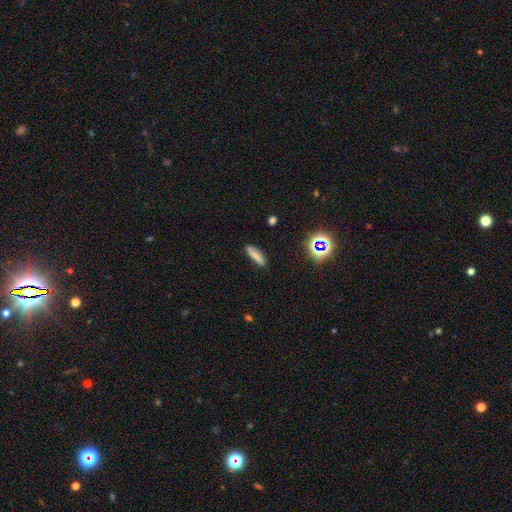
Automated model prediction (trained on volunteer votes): Overall: smooth (73%). How rounded: cigar-shaped (59%; in between 38%). Merging: none (80%).